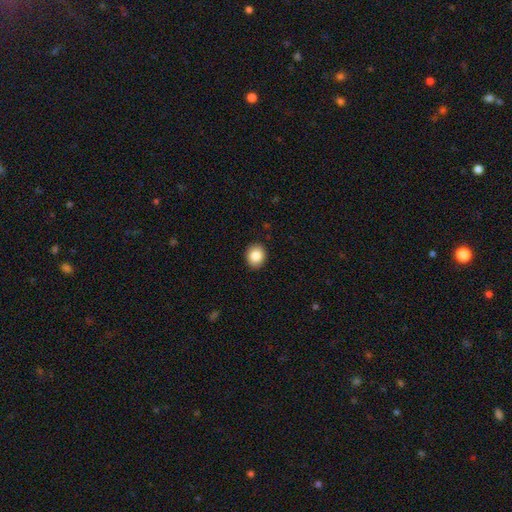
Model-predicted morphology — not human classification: Smooth or featured?
  - smooth: 86% *
  - star or artifact: 8%
  - featured or disk: 5%
How rounded?
  - round: 70% *
  - in between: 29%
  - cigar-shaped: 1%
Merging?
  - none: 91% *
  - minor disturbance: 6%
  - major disturbance: 2%
  - merger: 1%